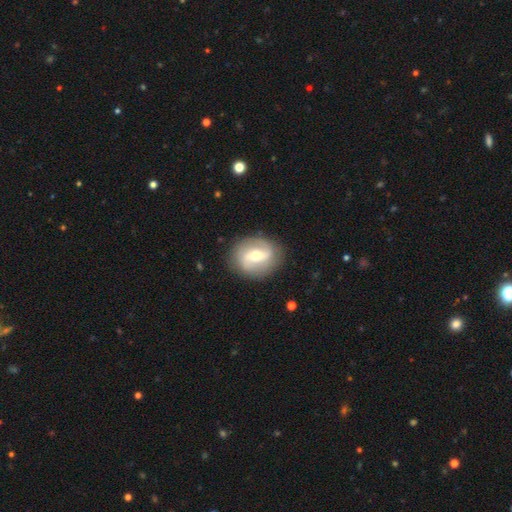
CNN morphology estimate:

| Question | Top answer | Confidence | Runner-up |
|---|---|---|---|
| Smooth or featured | featured or disk | 68% | smooth (25%) |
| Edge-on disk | no | 95% | yes (5%) |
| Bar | weak | 41% | strong (32%) |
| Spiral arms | yes | 79% | no (21%) |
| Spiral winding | loose | 48% | medium (35%) |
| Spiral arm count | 2 | 86% | can't tell (7%) |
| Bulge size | moderate | 61% | small (34%) |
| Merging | none | 85% | minor disturbance (10%) |